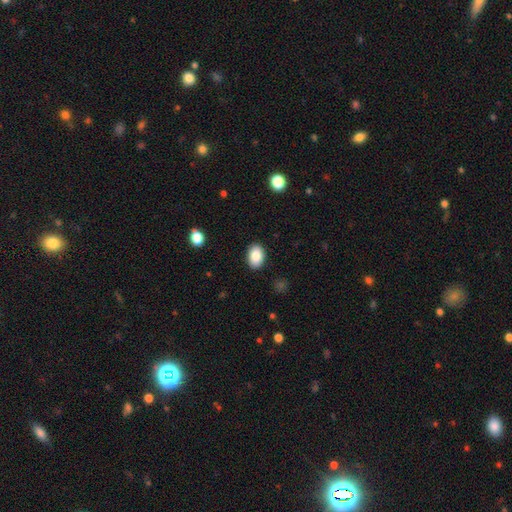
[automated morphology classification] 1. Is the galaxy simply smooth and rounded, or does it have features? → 87% smooth, 7% star or artifact, 6% featured or disk.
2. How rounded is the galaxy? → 84% in between, 15% round, 1% cigar-shaped.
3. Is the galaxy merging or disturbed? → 89% none, 8% minor disturbance, 2% major disturbance, 1% merger.